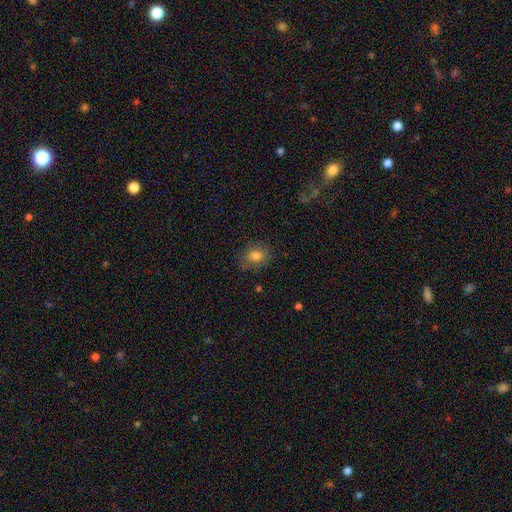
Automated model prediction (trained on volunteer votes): smooth-or-featured: smooth: 77% | featured or disk: 13% | star or artifact: 10%
  how-rounded: in between: 58% | round: 41% | cigar-shaped: 1%
  merging: none: 78% | minor disturbance: 16% | major disturbance: 5% | merger: 1%